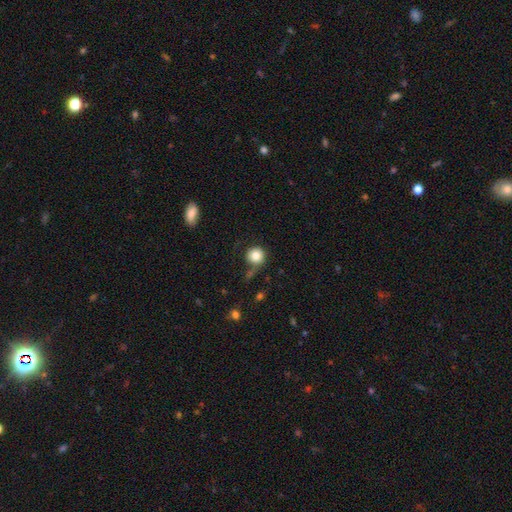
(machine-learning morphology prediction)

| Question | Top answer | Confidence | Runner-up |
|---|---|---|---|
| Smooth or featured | smooth | 83% | star or artifact (10%) |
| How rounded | round | 92% | in between (7%) |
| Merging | none | 67% | minor disturbance (17%) |